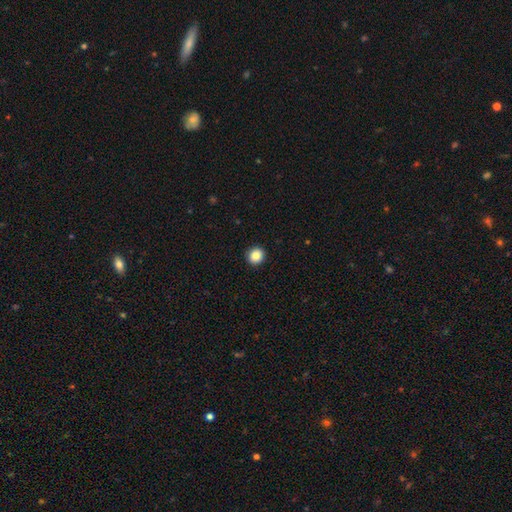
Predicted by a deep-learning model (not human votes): smooth 87%, star or artifact 9%, featured or disk 4%. Down the decision tree: how rounded — round (89%); merging — none (93%).